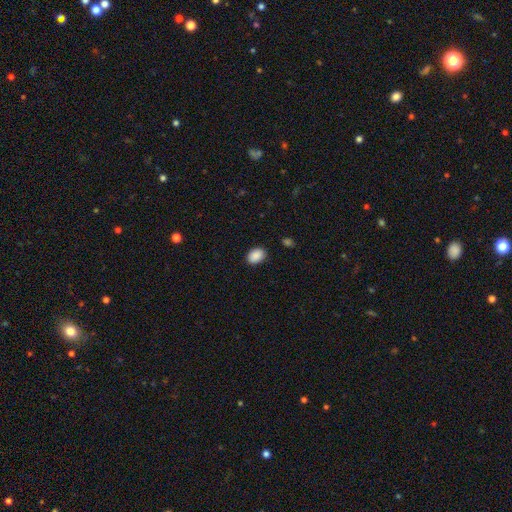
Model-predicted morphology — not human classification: Smooth or featured?
  - smooth: 90% *
  - star or artifact: 8%
  - featured or disk: 3%
How rounded?
  - in between: 74% *
  - round: 25%
  - cigar-shaped: 1%
Merging?
  - none: 87% *
  - minor disturbance: 9%
  - major disturbance: 2%
  - merger: 1%